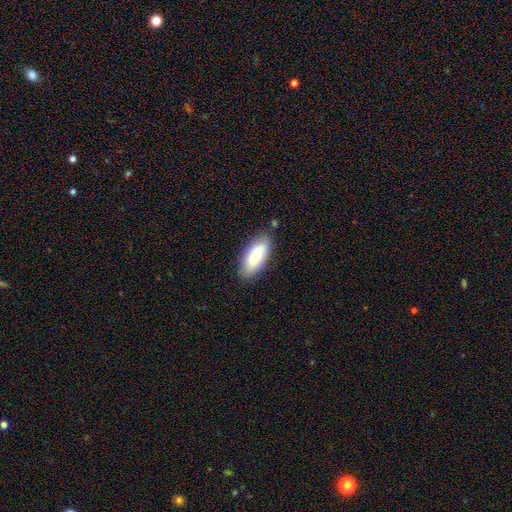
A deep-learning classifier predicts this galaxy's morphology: Smooth or featured: smooth — 82% (featured or disk — 12%)
How rounded: in between — 83% (cigar-shaped — 15%)
Merging: none — 82% (minor disturbance — 13%)